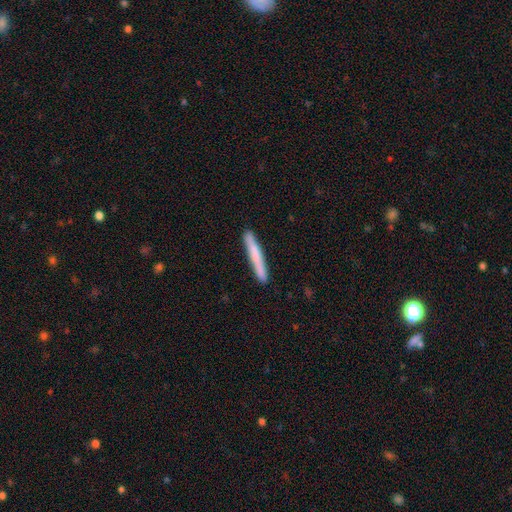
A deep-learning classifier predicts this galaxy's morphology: smooth 70%, featured or disk 24%, star or artifact 6%. Down the decision tree: how rounded — cigar-shaped (96%); merging — none (90%).